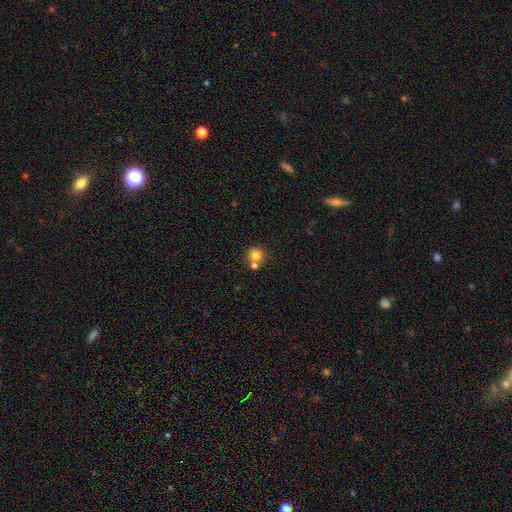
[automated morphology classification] smooth 78%, star or artifact 12%, featured or disk 10%. Down the decision tree: how rounded — round (88%); merging — none (58%).